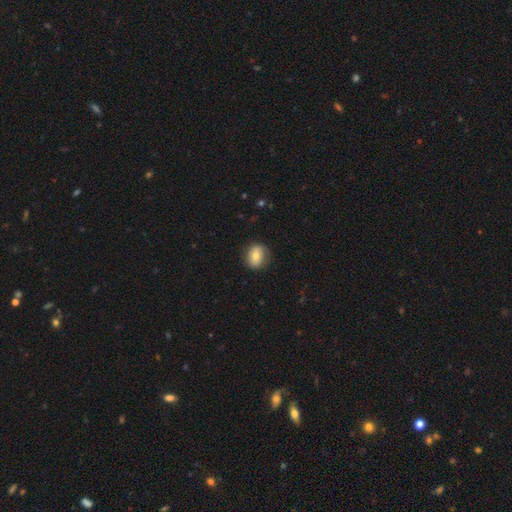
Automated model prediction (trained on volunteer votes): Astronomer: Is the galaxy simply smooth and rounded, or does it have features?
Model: smooth — 67%.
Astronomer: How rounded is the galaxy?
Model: round — 56% (runner-up: in between, 43%).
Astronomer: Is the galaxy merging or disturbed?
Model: none — 82%.